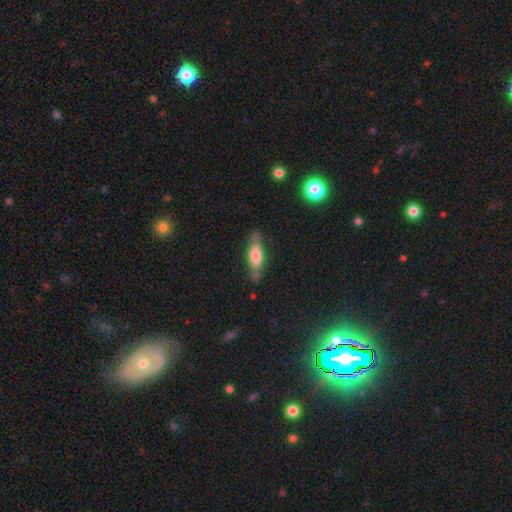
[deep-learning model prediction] smooth-or-featured: smooth: 53% | featured or disk: 41% | star or artifact: 6%
  how-rounded: cigar-shaped: 53% | in between: 45% | round: 2%
  merging: none: 75% | minor disturbance: 18% | major disturbance: 5% | merger: 2%